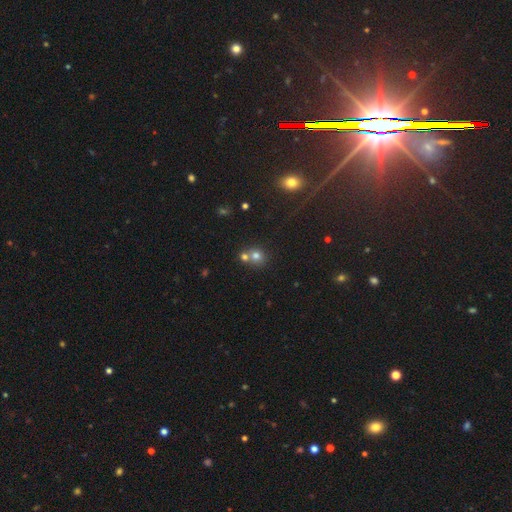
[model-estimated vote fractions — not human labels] A smooth galaxy with no disk features (72%) that is round (83%). Merging: merger (47%).